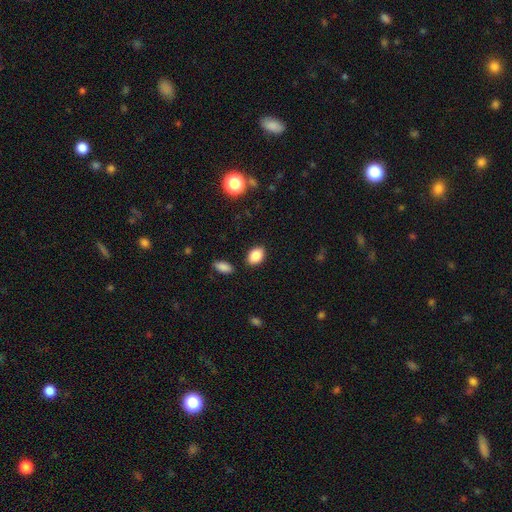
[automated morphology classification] Smooth or featured: smooth — 87% (star or artifact — 8%)
How rounded: in between — 82% (round — 17%)
Merging: none — 84% (minor disturbance — 10%)